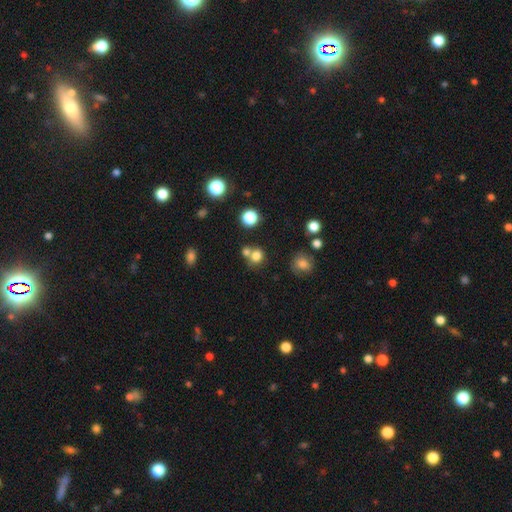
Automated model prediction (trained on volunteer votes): Smooth or featured?
  - smooth: 77% *
  - star or artifact: 15%
  - featured or disk: 8%
How rounded?
  - round: 81% *
  - in between: 18%
  - cigar-shaped: 1%
Merging?
  - none: 52% *
  - merger: 35%
  - minor disturbance: 8%
  - major disturbance: 4%